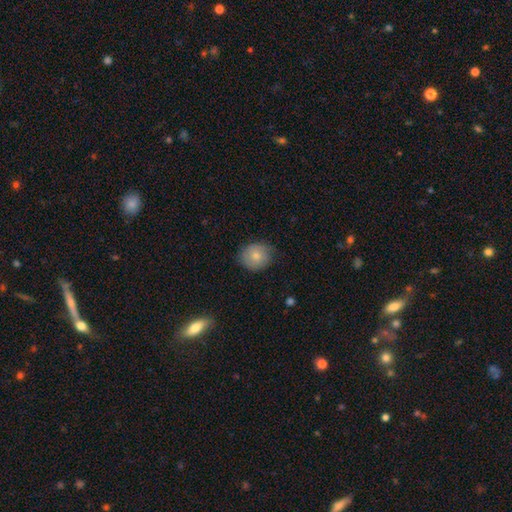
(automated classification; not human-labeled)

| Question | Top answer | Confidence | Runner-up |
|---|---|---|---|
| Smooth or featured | smooth | 76% | featured or disk (17%) |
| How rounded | round | 78% | in between (21%) |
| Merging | none | 77% | minor disturbance (18%) |